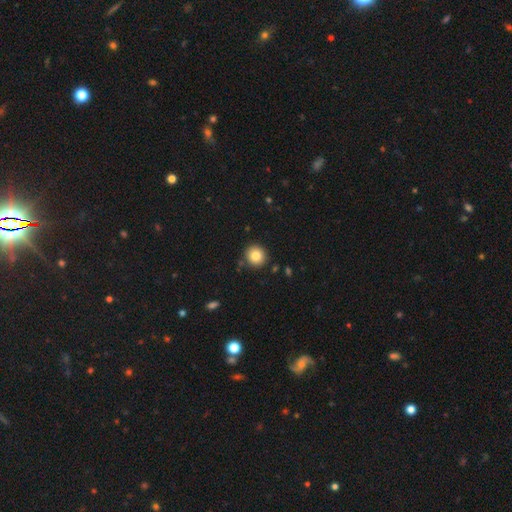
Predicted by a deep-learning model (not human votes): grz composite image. It shows a smooth galaxy with no disk features (83%) that is round (92%). Merging: none (88%).